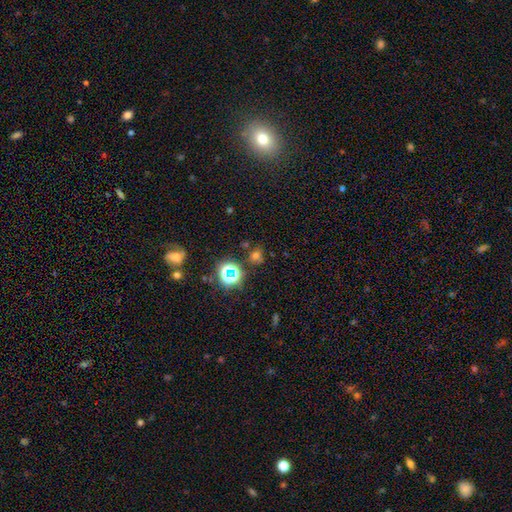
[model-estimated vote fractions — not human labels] Smooth or featured?
  - smooth: 56% *
  - star or artifact: 36%
  - featured or disk: 8%
How rounded?
  - round: 75% *
  - in between: 23%
  - cigar-shaped: 1%
Merging?
  - none: 75% *
  - minor disturbance: 14%
  - merger: 6%
  - major disturbance: 5%